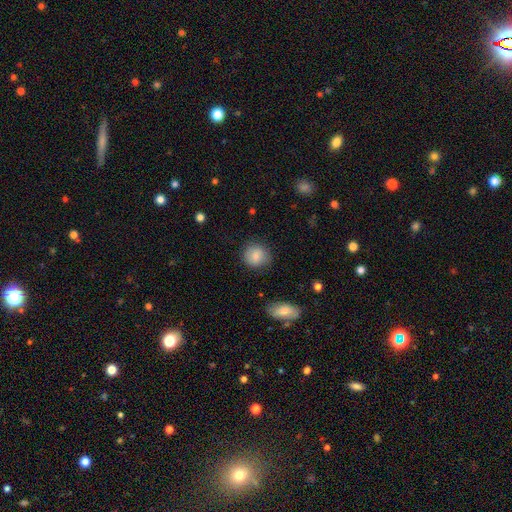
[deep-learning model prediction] Morphology: type=smooth (85%); roundness=round (82%); merging=none (83%).